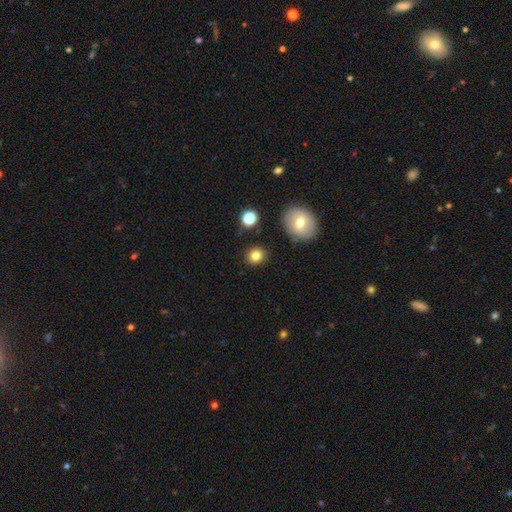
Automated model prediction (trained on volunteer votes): A smooth galaxy with no disk features (82%) that is round (82%). Merging: none (88%).